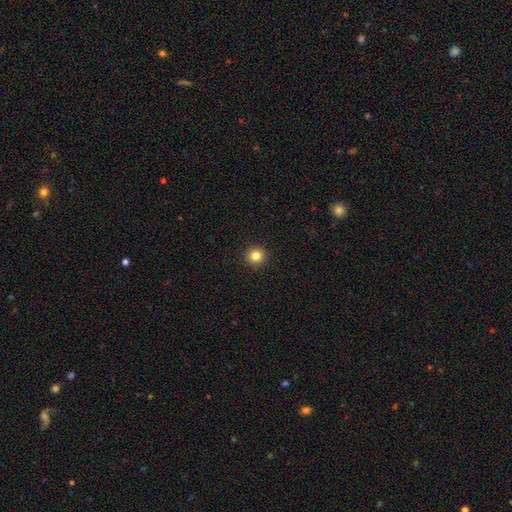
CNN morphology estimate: Smooth or featured? Predicted: smooth (p=0.83). How rounded? Predicted: round (p=0.94). Merging? Predicted: none (p=0.94).